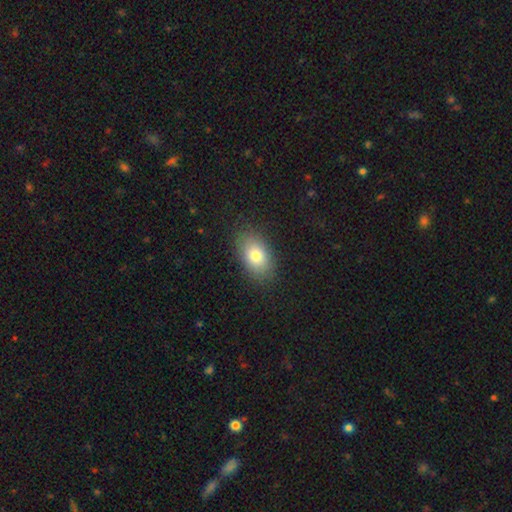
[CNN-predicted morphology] smooth_or_featured: smooth (p=0.80) [alt: featured or disk p=0.12]
how_rounded: in between (p=0.87) [alt: round p=0.11]
merging: none (p=0.85) [alt: minor disturbance p=0.11]